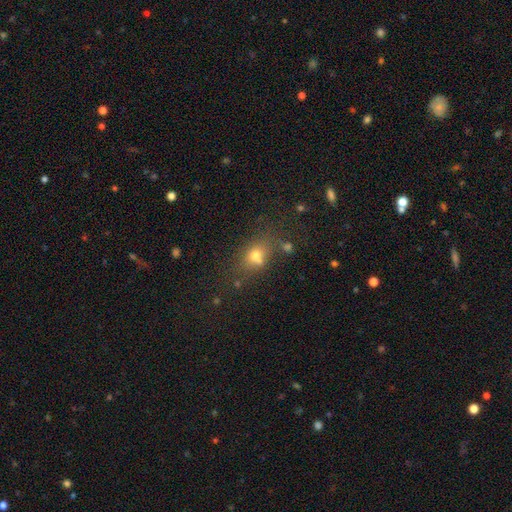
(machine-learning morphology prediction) smooth 68%, star or artifact 17%, featured or disk 15%. Down the decision tree: how rounded — in between (53%); merging — none (55%).